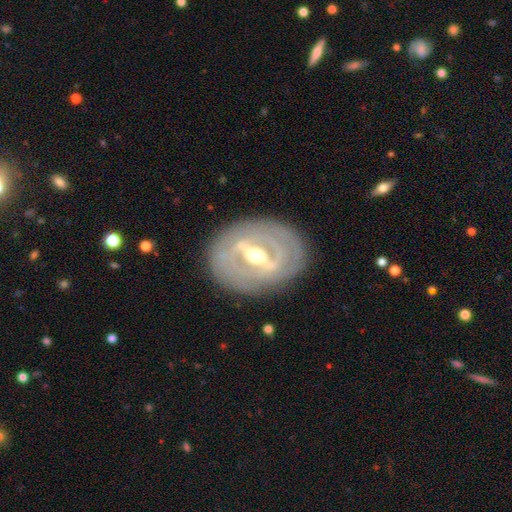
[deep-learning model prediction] smooth_or_featured: featured or disk (p=0.85) [alt: smooth p=0.10]
disk_edge_on: no (p=0.91) [alt: yes p=0.09]
bar: strong (p=0.72) [alt: weak p=0.21]
has_spiral_arms: yes (p=0.61) [alt: no p=0.39]
bulge_size: moderate (p=0.74) [alt: small p=0.16]
merging: none (p=0.84) [alt: minor disturbance p=0.11]